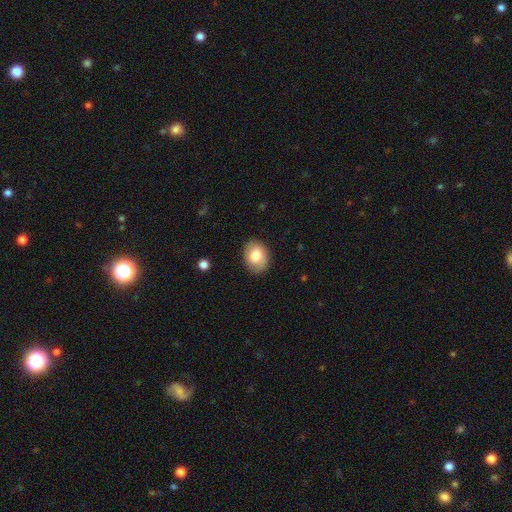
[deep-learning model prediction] The model was most divided on "how rounded": in between: 68%, round: 32%, cigar-shaped: 1%. More confident: merging — none (83%); smooth or featured — smooth (75%).